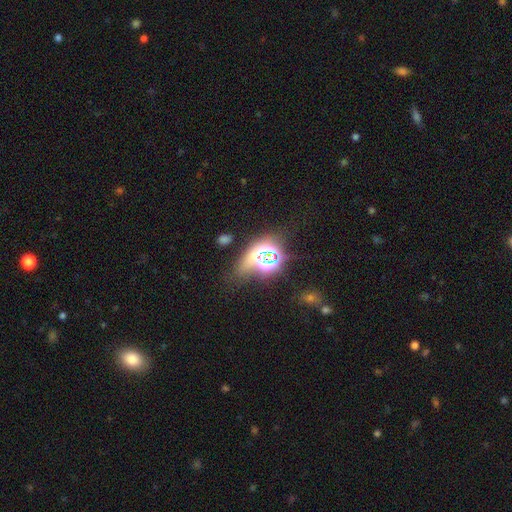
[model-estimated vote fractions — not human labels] This is possibly a star or artifact rather than a galaxy (60%).